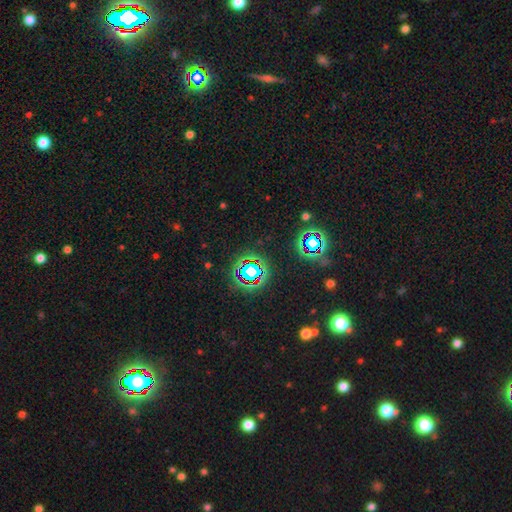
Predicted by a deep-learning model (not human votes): Morphology: type=star or artifact (76%).